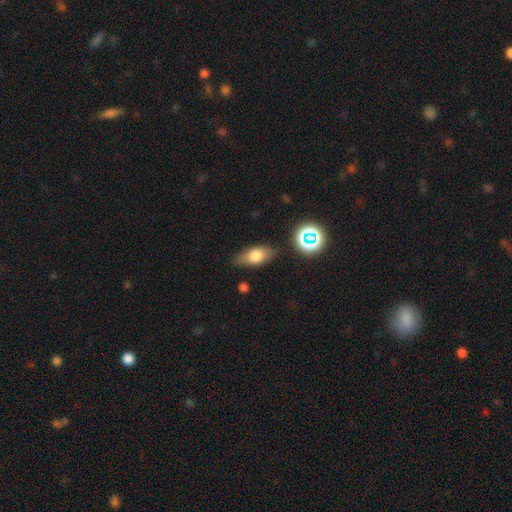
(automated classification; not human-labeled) A smooth galaxy with no disk features (71%) that is in between round and cigar-shaped (80%). Merging: none (79%).